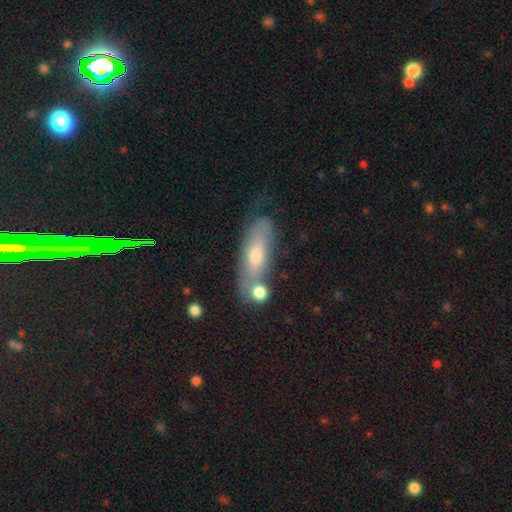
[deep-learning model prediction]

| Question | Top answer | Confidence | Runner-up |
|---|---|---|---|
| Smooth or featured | smooth | 55% | featured or disk (37%) |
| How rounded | in between | 63% | cigar-shaped (33%) |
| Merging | none | 52% | minor disturbance (22%) |